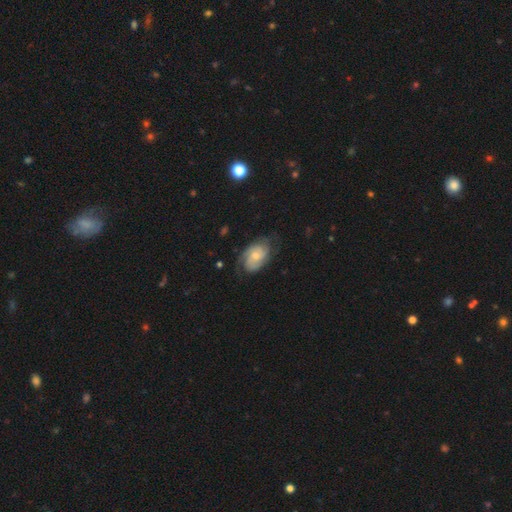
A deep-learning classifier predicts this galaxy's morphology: A featured or disk galaxy (71%) with no bar (69%), 2 (52%) tight (51%) spiral arms (93%) and a small central bulge (53%).

Vote fractions:
- Smooth or featured? featured or disk: 71% / smooth: 23% / star or artifact: 6%
- Edge-on disk? no: 97% / yes: 3%
- Bar? no: 69% / weak: 27% / strong: 4%
- Spiral arms? yes: 93% / no: 7%
- Spiral winding? tight: 51% / medium: 36% / loose: 13%
- Spiral arm count? 2: 52% / can't tell: 24% / 3: 13% / 1: 4% / 4: 4% / more than 4: 3%
- Bulge size? small: 53% / moderate: 40% / none: 4% / large: 3% / dominant: 1%
- Merging? none: 66% / minor disturbance: 22% / major disturbance: 10% / merger: 1%